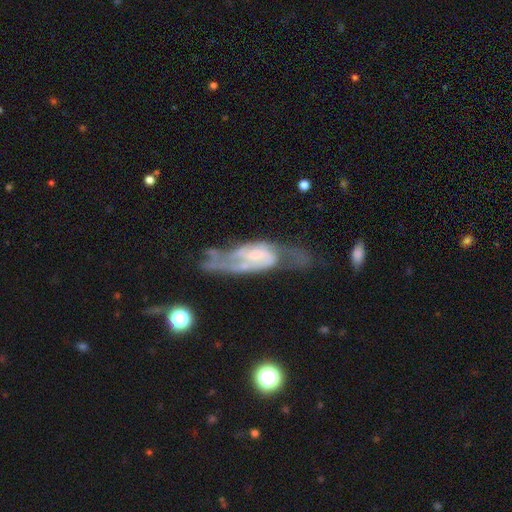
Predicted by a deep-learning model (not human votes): Smooth or featured? featured or disk (81%)
Edge-on disk? no (89%)
Bar? weak (45%)
Spiral arms? yes (89%)
Spiral winding? medium (47%)
Spiral arm count? 2 (69%)
Bulge size? small (55%)
Merging? none (44%)